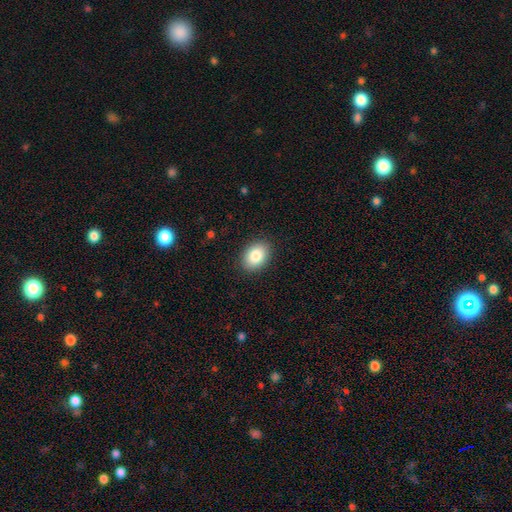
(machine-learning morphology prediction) A smooth galaxy with no disk features (85%) that is in between round and cigar-shaped (81%).

Vote fractions:
- Smooth or featured? smooth: 85% / featured or disk: 8% / star or artifact: 7%
- How rounded? in between: 81% / round: 18% / cigar-shaped: 1%
- Merging? none: 88% / minor disturbance: 9% / major disturbance: 2% / merger: 1%